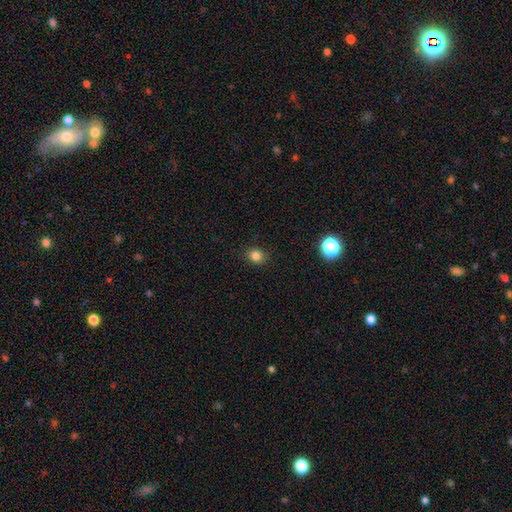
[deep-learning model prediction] The model was most divided on "how rounded": round: 74%, in between: 26%, cigar-shaped: 1%. More confident: merging — none (88%); smooth or featured — smooth (82%).